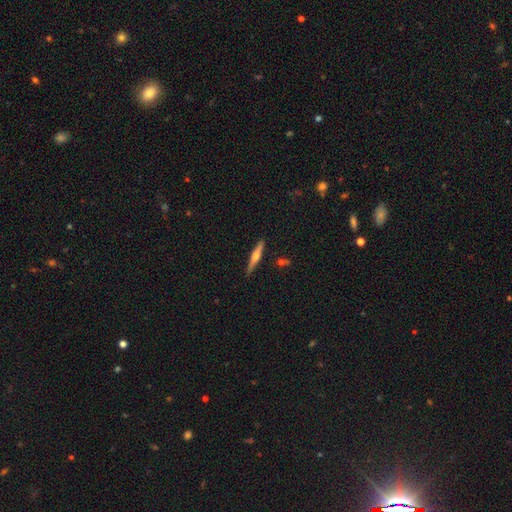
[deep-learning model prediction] Smooth or featured: featured or disk — 65% (smooth — 29%)
Edge-on disk: yes — 98% (no — 2%)
Edge-on bulge: rounded — 86% (boxy — 9%)
Merging: none — 88% (minor disturbance — 8%)